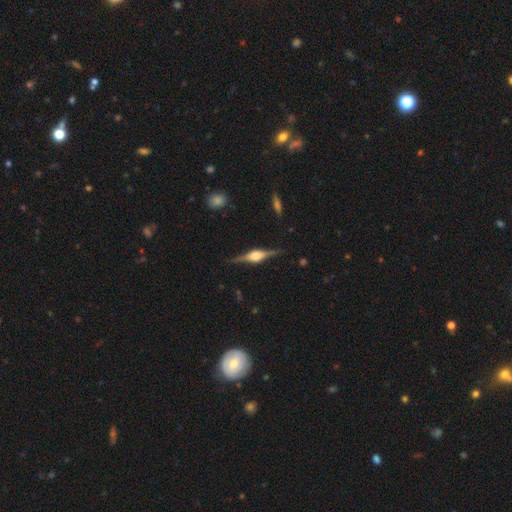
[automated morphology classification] smooth-or-featured: featured or disk: 84% | smooth: 10% | star or artifact: 6%
  disk-edge-on: yes: 98% | no: 2%
    edge-on-bulge: rounded: 83% | boxy: 15% | none: 2%
  merging: none: 87% | minor disturbance: 10% | major disturbance: 2% | merger: 1%